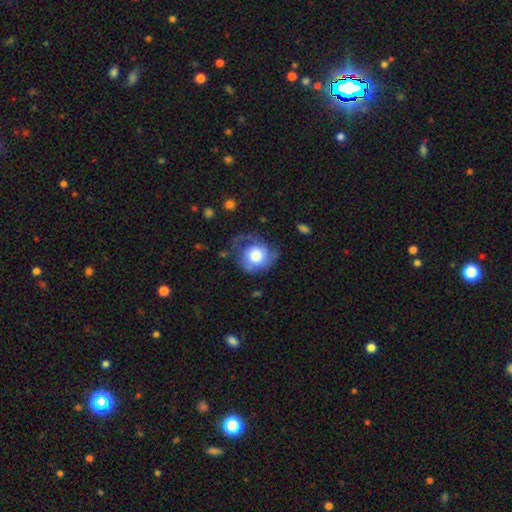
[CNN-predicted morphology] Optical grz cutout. It shows a smooth galaxy with no disk features (56%) that is round (76%). Merging: none (42%).